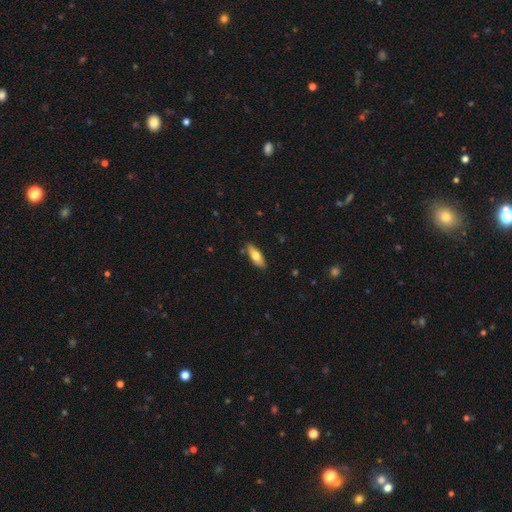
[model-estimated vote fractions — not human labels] Smooth or featured?
  - smooth: 71% *
  - featured or disk: 23%
  - star or artifact: 6%
How rounded?
  - in between: 69% *
  - cigar-shaped: 29%
  - round: 2%
Merging?
  - none: 85% *
  - minor disturbance: 12%
  - major disturbance: 2%
  - merger: 2%